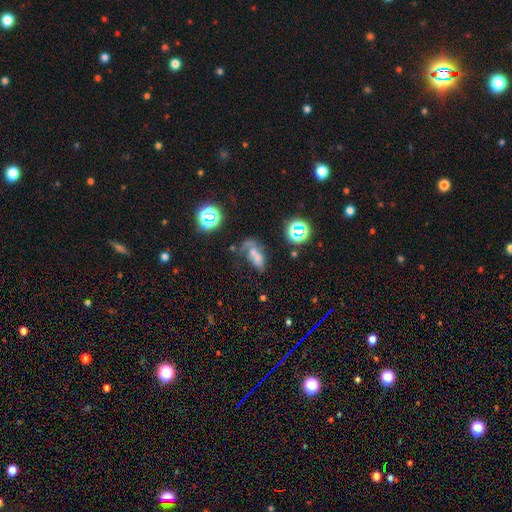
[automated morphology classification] Smooth or featured: smooth — 40% (featured or disk — 36%)
Merging: merger — 32% (major disturbance — 29%)